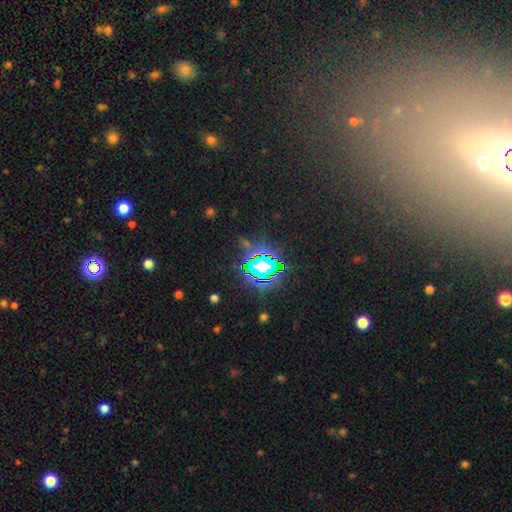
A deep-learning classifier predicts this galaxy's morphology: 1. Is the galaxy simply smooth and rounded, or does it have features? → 74% star or artifact, 14% smooth, 11% featured or disk.